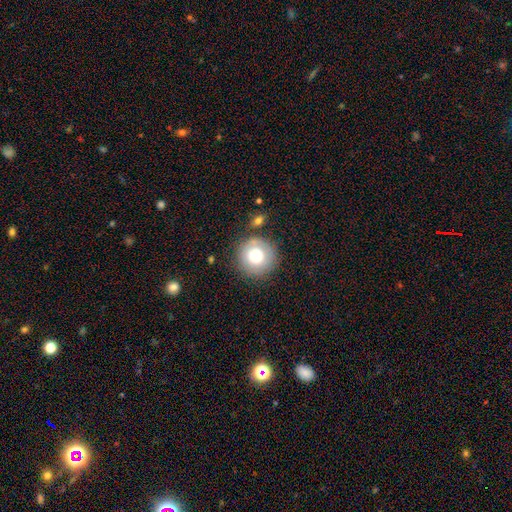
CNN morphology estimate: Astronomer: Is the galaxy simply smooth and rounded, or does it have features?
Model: smooth — 68%.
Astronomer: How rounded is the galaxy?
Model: round — 95%.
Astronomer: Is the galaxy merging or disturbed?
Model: none — 78%.